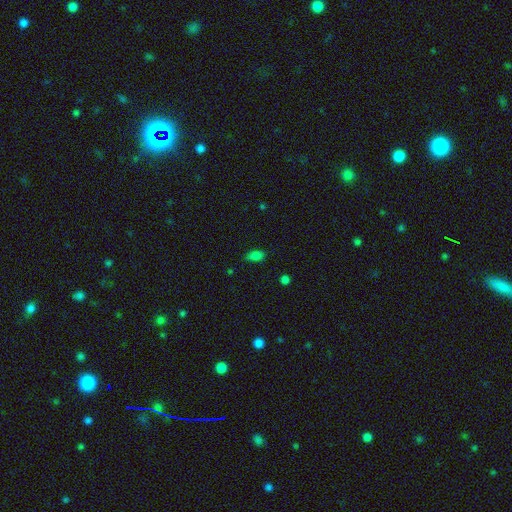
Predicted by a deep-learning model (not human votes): smooth-or-featured: smooth: 78% | star or artifact: 16% | featured or disk: 6%
  how-rounded: in between: 86% | round: 10% | cigar-shaped: 4%
  merging: none: 77% | minor disturbance: 18% | major disturbance: 4% | merger: 2%